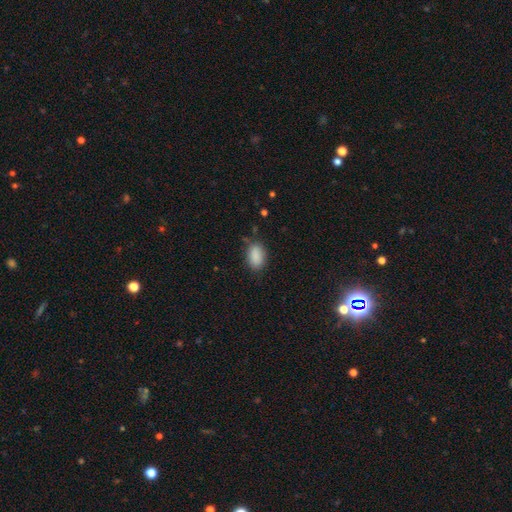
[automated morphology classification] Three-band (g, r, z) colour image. It shows a smooth galaxy with no disk features (88%) that is in between round and cigar-shaped (89%). Merging: none (75%).